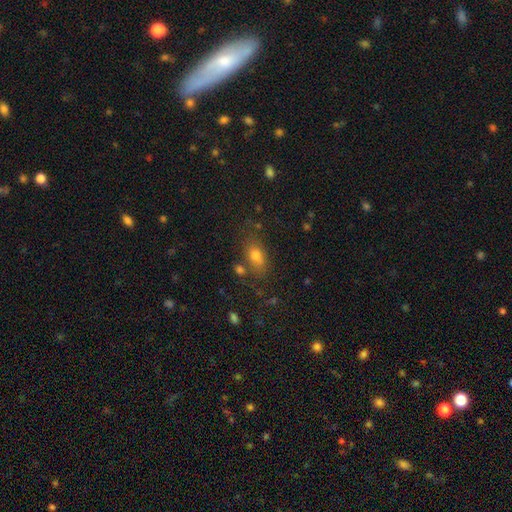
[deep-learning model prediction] smooth-or-featured: smooth: 74% | star or artifact: 14% | featured or disk: 12%
  how-rounded: in between: 77% | round: 17% | cigar-shaped: 6%
  merging: none: 67% | minor disturbance: 16% | merger: 11% | major disturbance: 6%